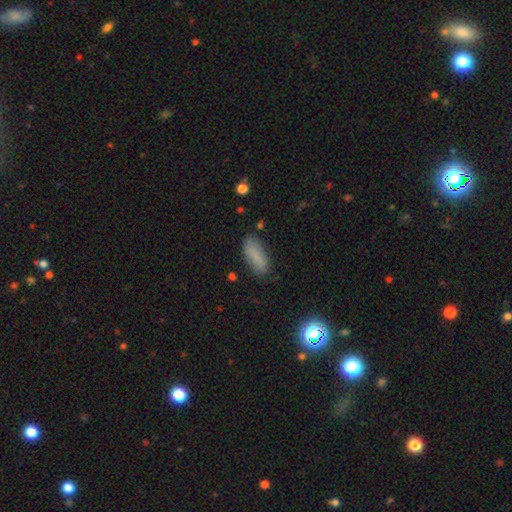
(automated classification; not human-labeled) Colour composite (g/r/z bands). It shows a smooth galaxy with no disk features (83%) that is in between round and cigar-shaped (73%). Merging: none (79%).